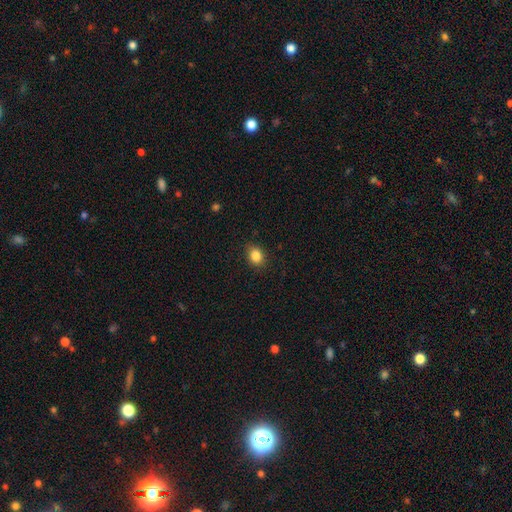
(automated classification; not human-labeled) This appears to be a smooth galaxy with no disk features (86%) that is in between round and cigar-shaped (54%). Merging: none (87%).